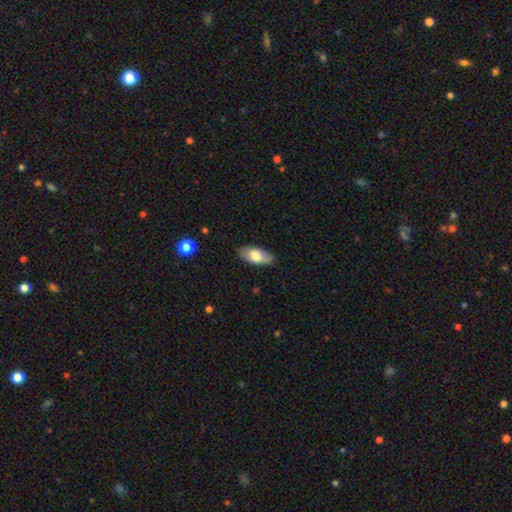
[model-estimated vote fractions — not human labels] Smooth or featured?
  - smooth: 74% *
  - featured or disk: 19%
  - star or artifact: 6%
How rounded?
  - in between: 89% *
  - cigar-shaped: 8%
  - round: 3%
Merging?
  - none: 81% *
  - minor disturbance: 15%
  - major disturbance: 3%
  - merger: 1%